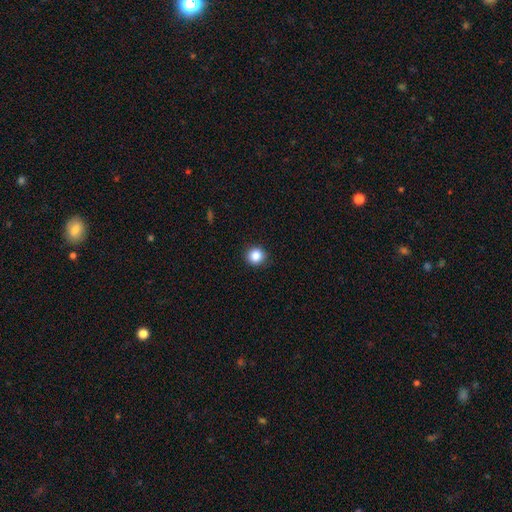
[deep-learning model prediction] A smooth galaxy with no disk features (86%) that is round (92%). Merging: none (92%).